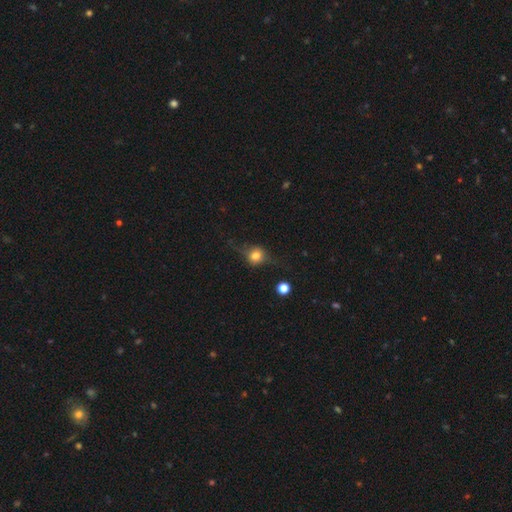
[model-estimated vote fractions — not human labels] smooth 50%, featured or disk 37%, star or artifact 13%. Down the decision tree: how rounded — round (80%); merging — none (68%).